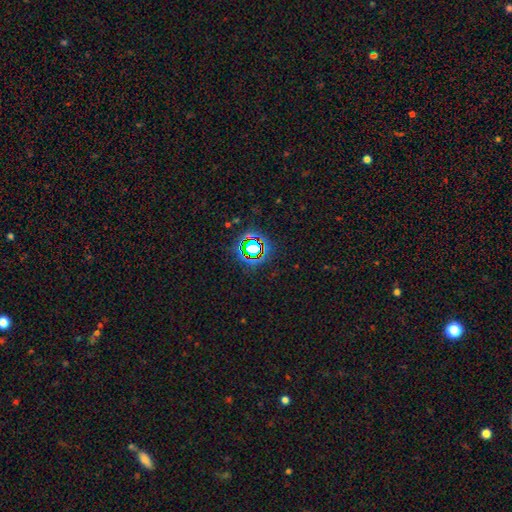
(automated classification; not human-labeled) The model was most divided on "smooth or featured": star or artifact: 73%, smooth: 17%, featured or disk: 10%.